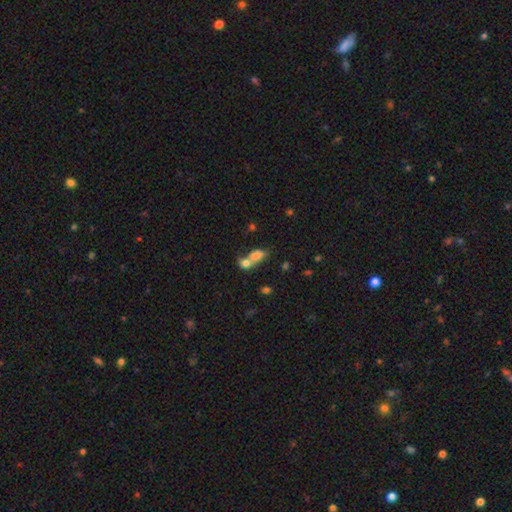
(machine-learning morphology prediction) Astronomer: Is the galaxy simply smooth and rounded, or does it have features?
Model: smooth — 75%.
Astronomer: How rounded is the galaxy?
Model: in between — 79%.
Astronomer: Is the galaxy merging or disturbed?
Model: merger — 68%.